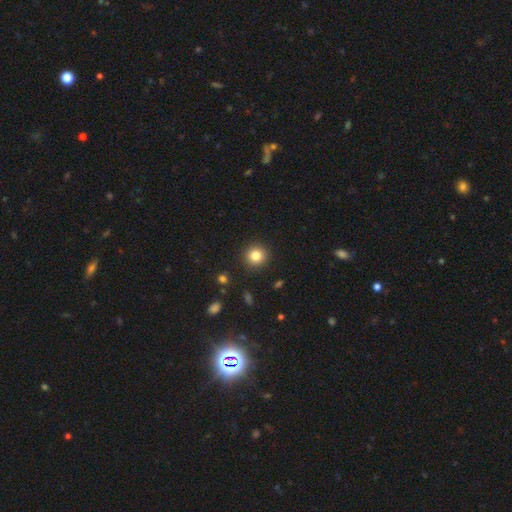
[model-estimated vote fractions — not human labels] Morphology: type=smooth (83%); roundness=round (93%); merging=none (91%).